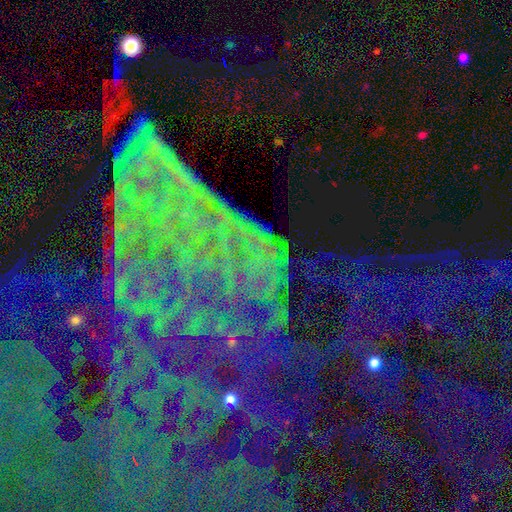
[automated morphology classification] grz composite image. It shows a star or artifact, not a galaxy (79%).